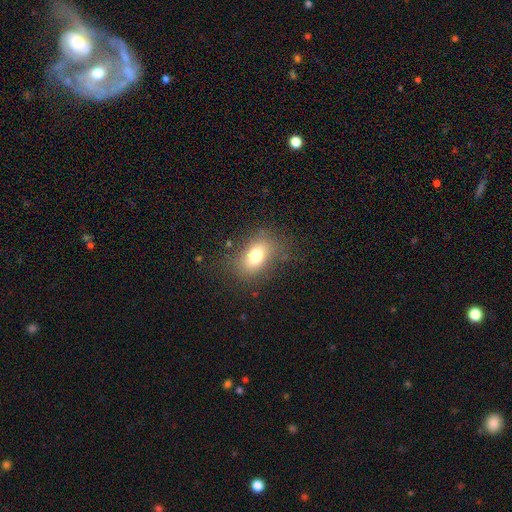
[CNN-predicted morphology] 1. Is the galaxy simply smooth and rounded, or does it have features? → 74% smooth, 14% featured or disk, 11% star or artifact.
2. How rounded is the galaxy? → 80% in between, 17% round, 3% cigar-shaped.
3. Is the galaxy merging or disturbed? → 78% none, 14% minor disturbance, 7% major disturbance, 2% merger.